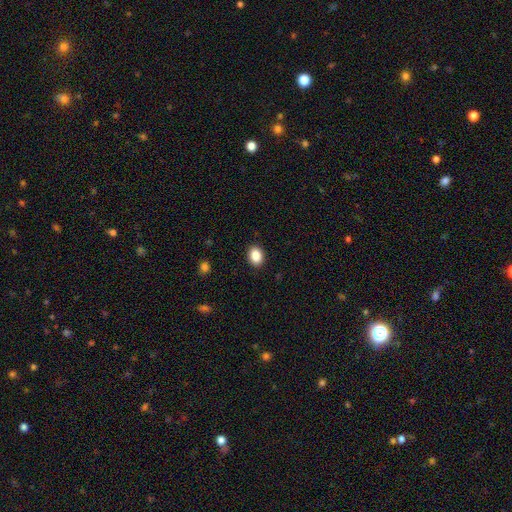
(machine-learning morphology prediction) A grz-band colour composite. It shows a smooth galaxy with no disk features (87%) that is in between round and cigar-shaped (66%). Merging: none (90%).